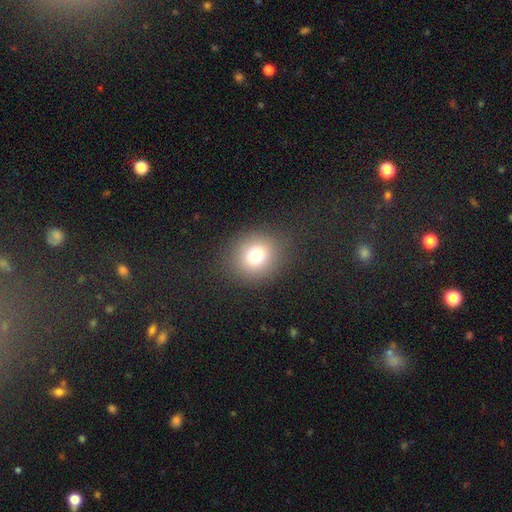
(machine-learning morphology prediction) Q: Smooth or featured?
A: smooth (76%); runner-up: star or artifact (14%)
Q: How rounded?
A: round (77%); runner-up: in between (22%)
Q: Merging?
A: none (86%); runner-up: minor disturbance (8%)